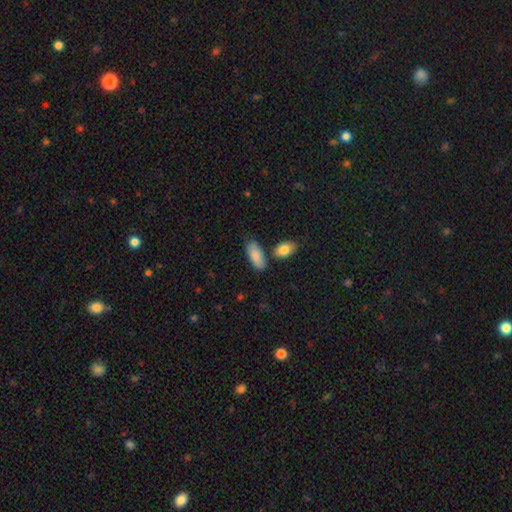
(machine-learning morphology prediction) smooth-or-featured: smooth: 86% | featured or disk: 9% | star or artifact: 6%
  how-rounded: in between: 87% | cigar-shaped: 11% | round: 2%
  merging: none: 71% | minor disturbance: 15% | merger: 11% | major disturbance: 4%